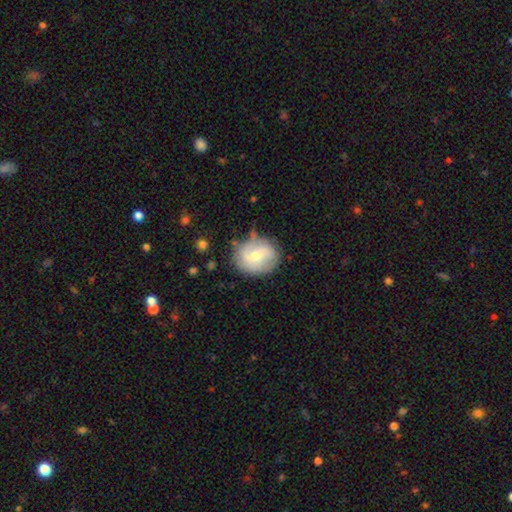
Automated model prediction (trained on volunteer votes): Smooth or featured?
  - featured or disk: 49% *
  - smooth: 44%
  - star or artifact: 7%
Merging?
  - none: 64% *
  - minor disturbance: 24%
  - major disturbance: 8%
  - merger: 4%